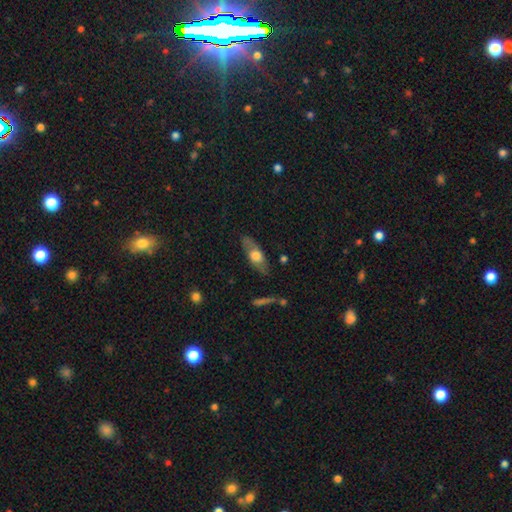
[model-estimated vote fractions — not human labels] Smooth or featured? Predicted: smooth (p=0.50). How rounded? Predicted: in between (p=0.61). Merging? Predicted: none (p=0.79).